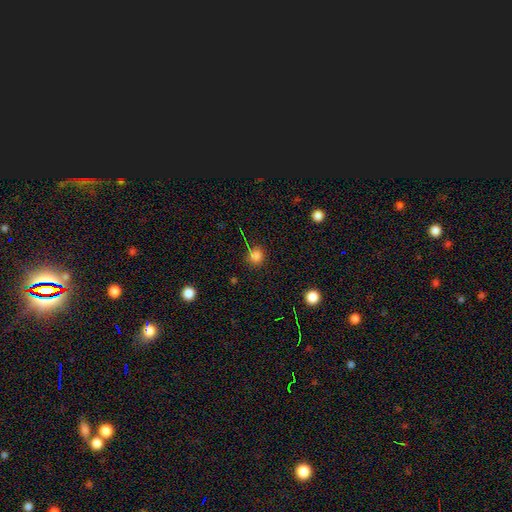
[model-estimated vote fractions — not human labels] smooth 79%, star or artifact 16%, featured or disk 5%. Down the decision tree: how rounded — round (88%); merging — none (78%).